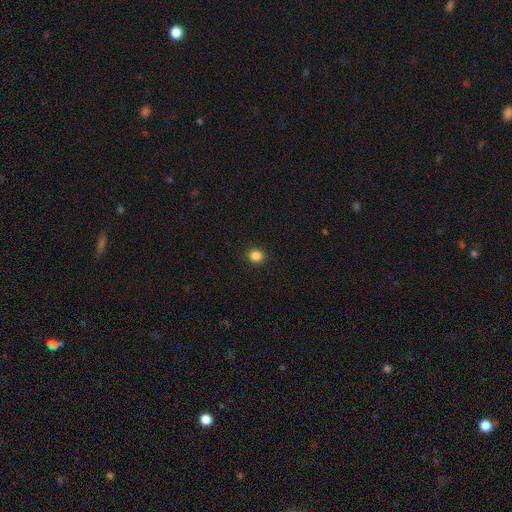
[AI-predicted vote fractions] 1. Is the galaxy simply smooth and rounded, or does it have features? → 85% smooth, 12% star or artifact, 3% featured or disk.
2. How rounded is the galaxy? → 84% round, 15% in between, 1% cigar-shaped.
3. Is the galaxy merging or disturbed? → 92% none, 5% minor disturbance, 2% major disturbance, 1% merger.